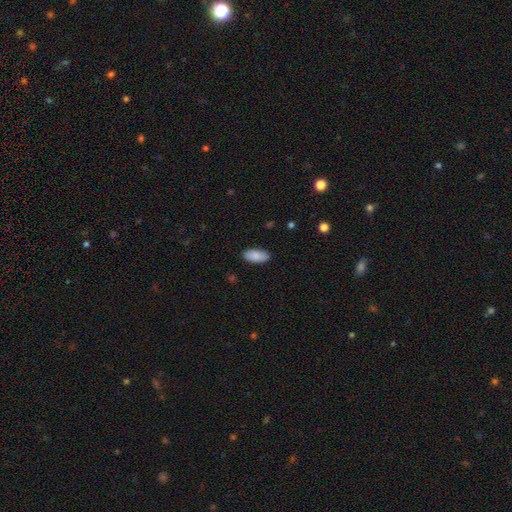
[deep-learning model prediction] Smooth or featured? Predicted: smooth (p=0.84). How rounded? Predicted: in between (p=0.92). Merging? Predicted: none (p=0.88).